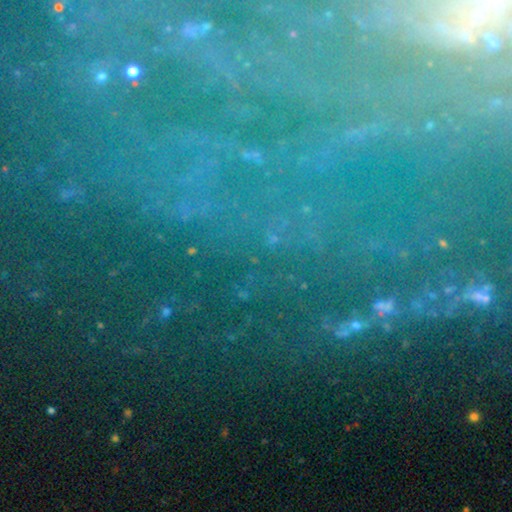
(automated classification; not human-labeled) This appears to be a star or artifact, not a galaxy (62%).